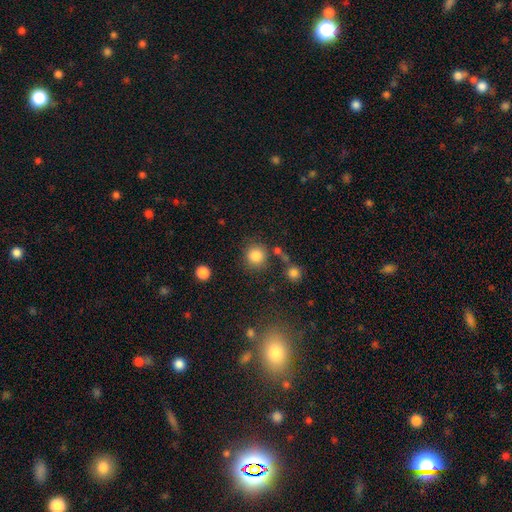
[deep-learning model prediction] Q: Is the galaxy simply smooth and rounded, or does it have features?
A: smooth — 84%.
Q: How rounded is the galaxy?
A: round — 90%.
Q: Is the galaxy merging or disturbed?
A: none — 76%.